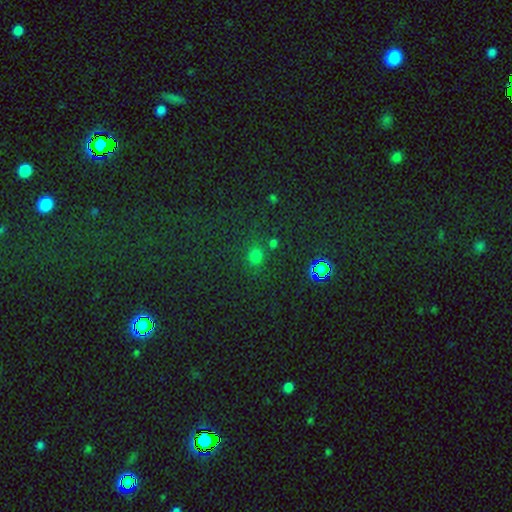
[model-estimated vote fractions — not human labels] smooth 61%, star or artifact 33%, featured or disk 6%. Down the decision tree: how rounded — round (81%); merging — none (74%).